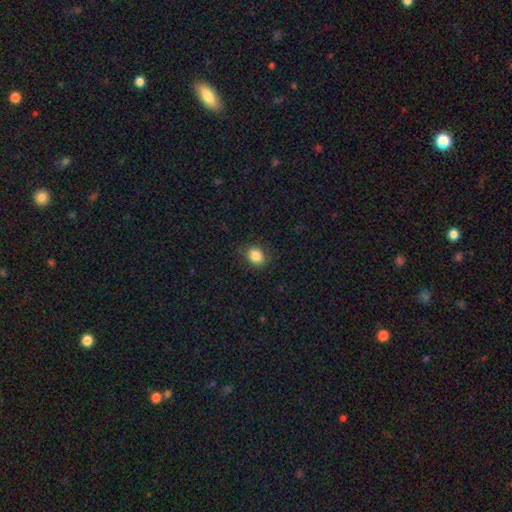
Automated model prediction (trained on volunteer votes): Morphology: type=smooth (85%); roundness=in between (51%); merging=none (85%).